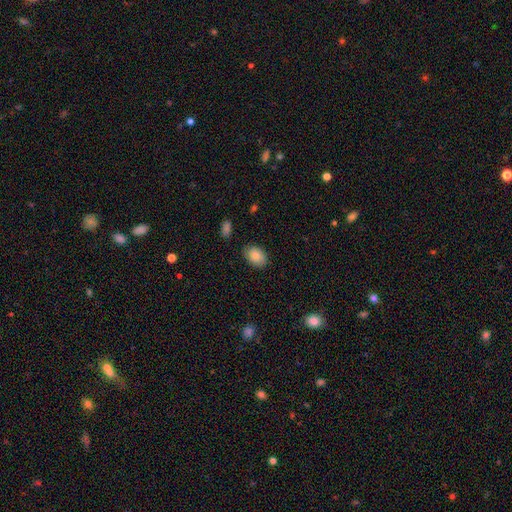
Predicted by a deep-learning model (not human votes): Smooth or featured? smooth (84%)
How rounded? in between (81%)
Merging? none (83%)